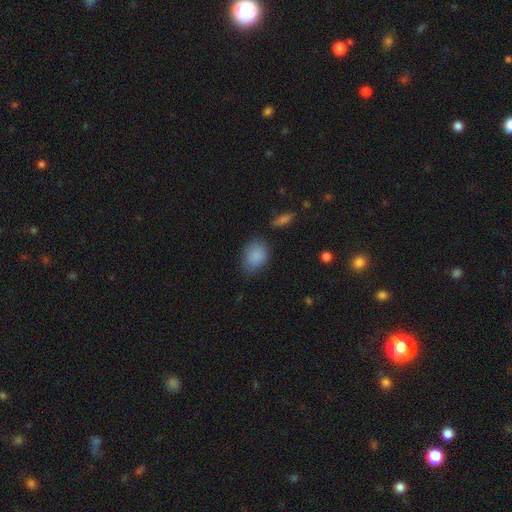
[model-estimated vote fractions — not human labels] smooth-or-featured: smooth: 87% | star or artifact: 8% | featured or disk: 5%
  how-rounded: in between: 66% | round: 32% | cigar-shaped: 1%
  merging: none: 72% | minor disturbance: 20% | major disturbance: 5% | merger: 3%